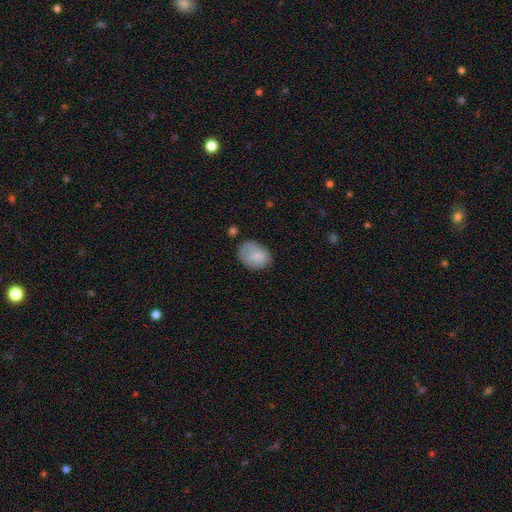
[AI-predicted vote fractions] Q: Smooth or featured?
A: smooth (82%); runner-up: featured or disk (11%)
Q: How rounded?
A: in between (78%); runner-up: round (21%)
Q: Merging?
A: none (60%); runner-up: minor disturbance (28%)